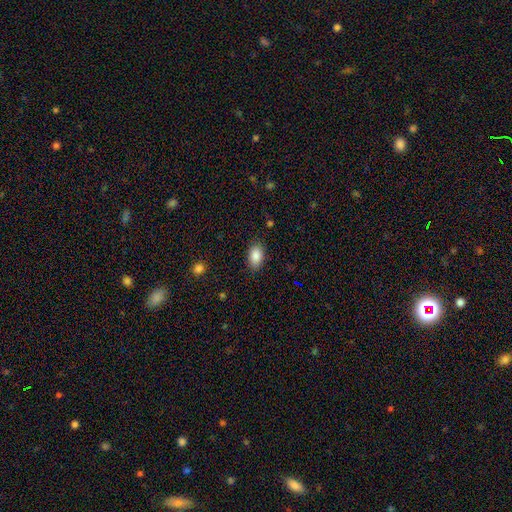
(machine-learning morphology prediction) Smooth or featured? smooth (87%)
How rounded? in between (91%)
Merging? none (85%)